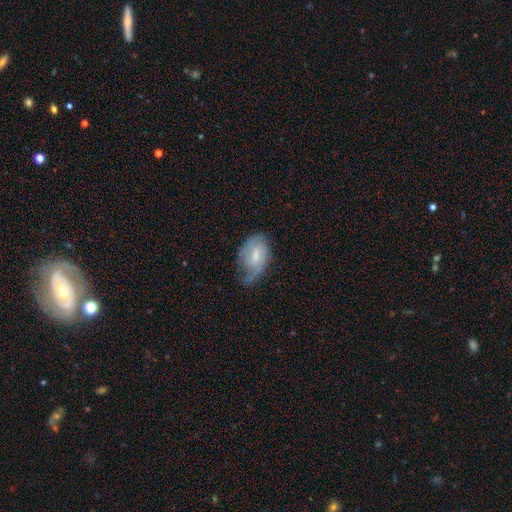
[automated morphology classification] The model was most divided on "merging": none: 41%, minor disturbance: 36%, major disturbance: 21%, merger: 2%. Remaining: edge-on disk — no (95%); spiral arms — yes (80%); smooth or featured — featured or disk (57%); bar — weak (55%); bulge size — small (49%).